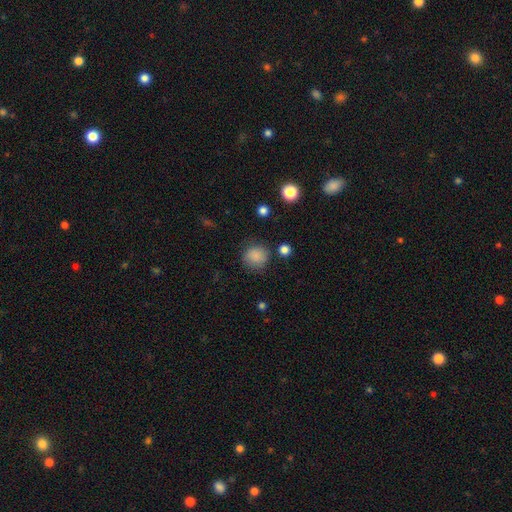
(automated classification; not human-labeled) Morphology: type=smooth (85%); roundness=round (87%); merging=none (79%).